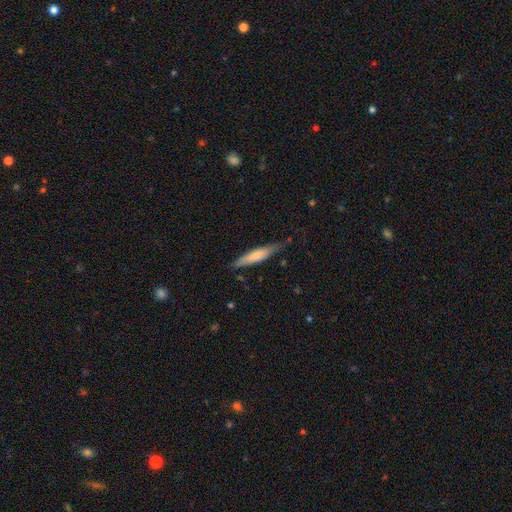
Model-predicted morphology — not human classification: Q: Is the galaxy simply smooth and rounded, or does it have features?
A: smooth — 66%.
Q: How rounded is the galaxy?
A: cigar-shaped — 85%.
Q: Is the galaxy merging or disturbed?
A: none — 73%.